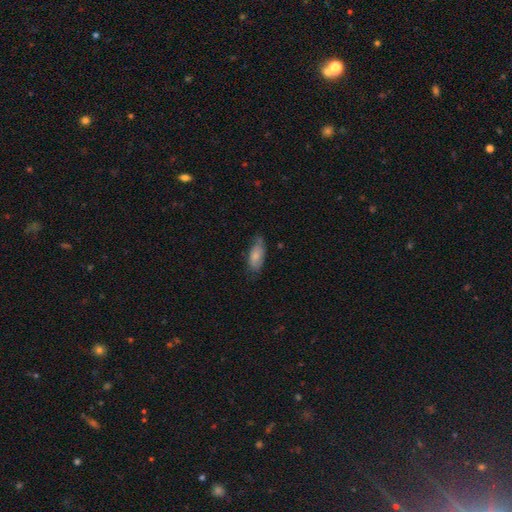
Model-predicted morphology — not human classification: Smooth or featured?
  - smooth: 75% *
  - featured or disk: 18%
  - star or artifact: 6%
How rounded?
  - in between: 83% *
  - cigar-shaped: 14%
  - round: 2%
Merging?
  - none: 58% *
  - minor disturbance: 32%
  - major disturbance: 8%
  - merger: 2%